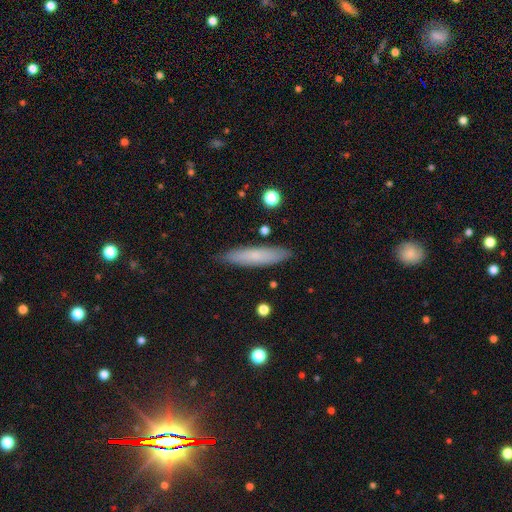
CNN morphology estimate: Smooth or featured: smooth — 70% (featured or disk — 23%)
How rounded: cigar-shaped — 84% (in between — 15%)
Merging: none — 88% (minor disturbance — 9%)